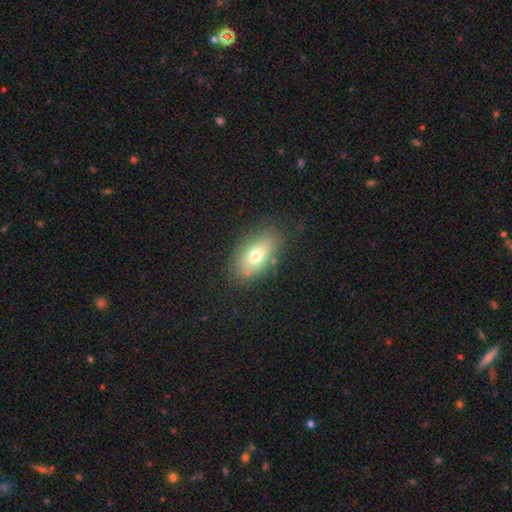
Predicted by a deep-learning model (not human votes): Smooth or featured? smooth (71%)
How rounded? in between (86%)
Merging? none (80%)